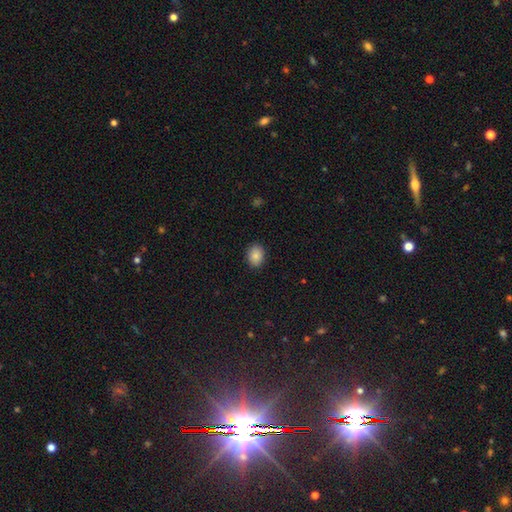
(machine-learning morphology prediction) Q: Smooth or featured?
A: smooth (87%); runner-up: star or artifact (8%)
Q: How rounded?
A: in between (62%); runner-up: round (37%)
Q: Merging?
A: none (88%); runner-up: minor disturbance (9%)